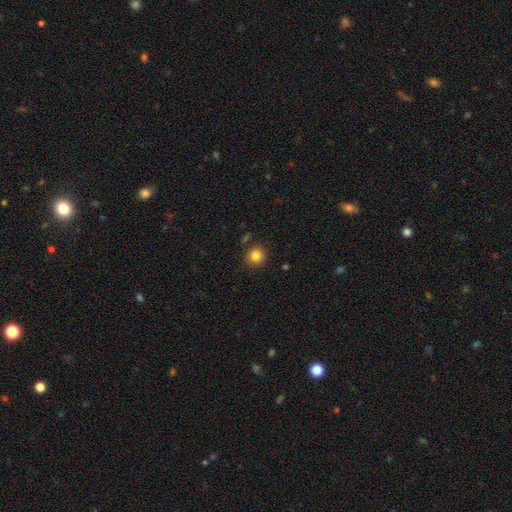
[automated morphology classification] smooth-or-featured: smooth: 84% | star or artifact: 11% | featured or disk: 5%
  how-rounded: round: 91% | in between: 8% | cigar-shaped: 1%
  merging: none: 87% | minor disturbance: 8% | merger: 3% | major disturbance: 2%